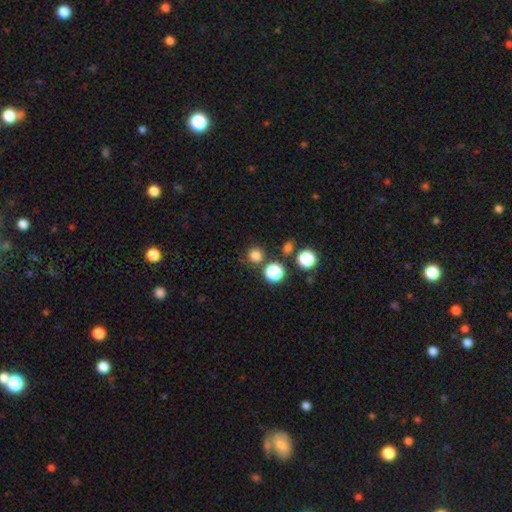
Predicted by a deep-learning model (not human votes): smooth_or_featured: smooth (p=0.79) [alt: star or artifact p=0.17]
how_rounded: round (p=0.93) [alt: in between p=0.06]
merging: none (p=0.83) [alt: merger p=0.08]